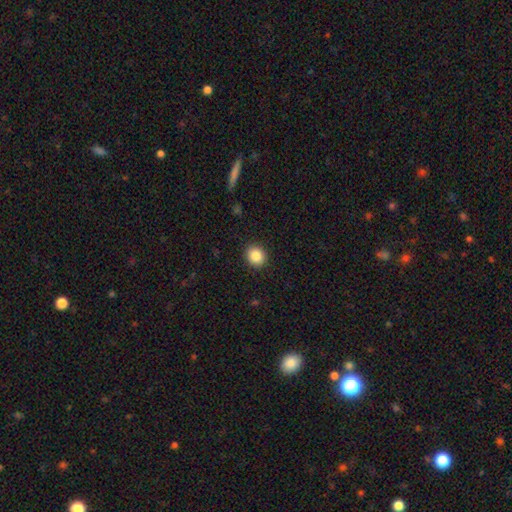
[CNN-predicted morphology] type=smooth (87%); roundness=round (75%); merging=none (91%).